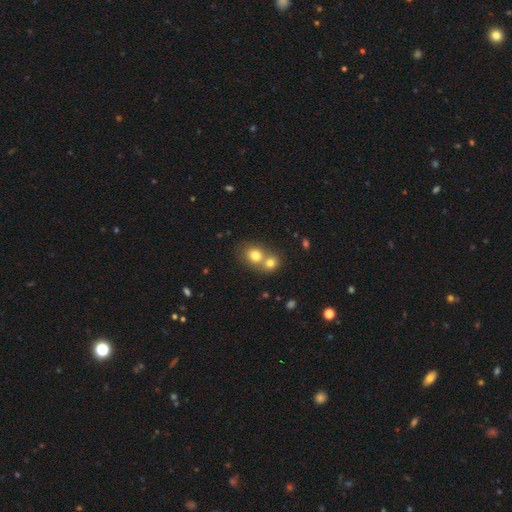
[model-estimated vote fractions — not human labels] Smooth or featured? smooth (77%)
How rounded? round (67%)
Merging? merger (59%)